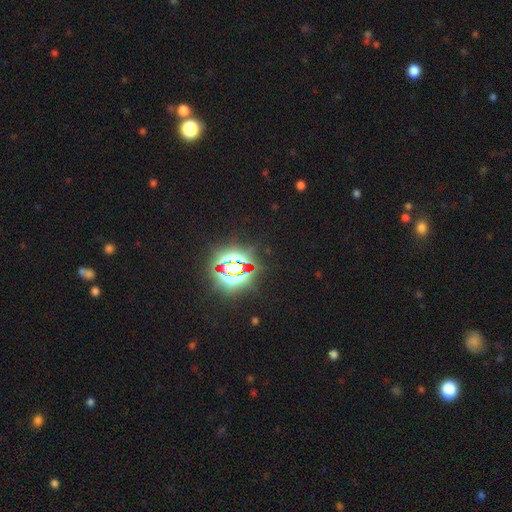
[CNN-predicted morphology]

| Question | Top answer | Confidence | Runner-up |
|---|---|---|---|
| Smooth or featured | star or artifact | 85% | smooth (9%) |